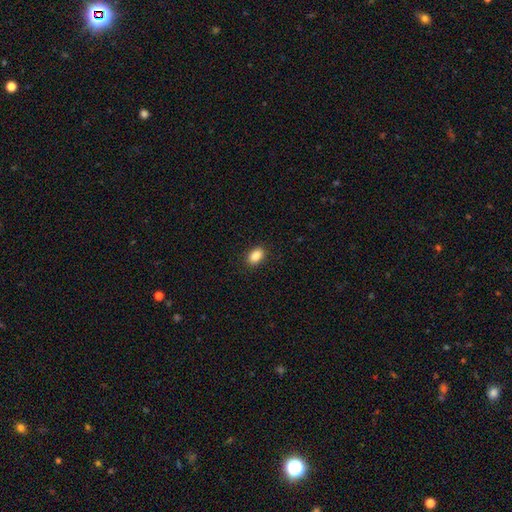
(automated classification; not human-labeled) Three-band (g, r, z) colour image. It shows a smooth galaxy with no disk features (87%) that is in between round and cigar-shaped (85%). Merging: none (90%).